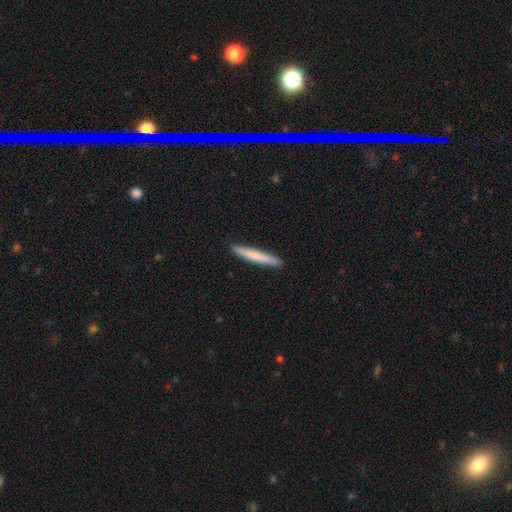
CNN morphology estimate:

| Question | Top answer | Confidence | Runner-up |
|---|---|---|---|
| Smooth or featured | smooth | 74% | featured or disk (21%) |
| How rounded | cigar-shaped | 96% | in between (3%) |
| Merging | none | 92% | minor disturbance (6%) |